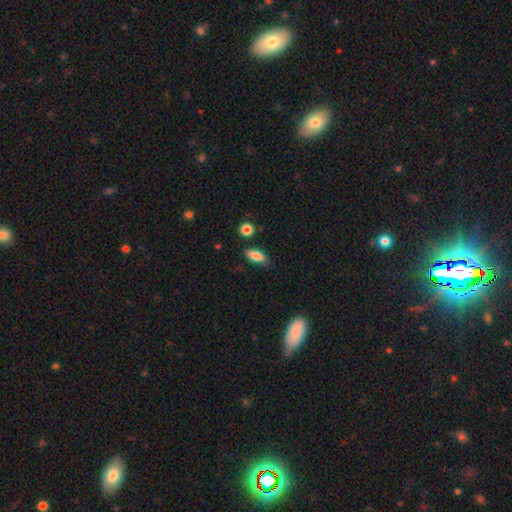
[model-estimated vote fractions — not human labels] A smooth galaxy with no disk features (82%) that is in between round and cigar-shaped (82%).

Vote fractions:
- Smooth or featured? smooth: 82% / featured or disk: 10% / star or artifact: 8%
- How rounded? in between: 82% / cigar-shaped: 13% / round: 5%
- Merging? none: 75% / minor disturbance: 18% / major disturbance: 3% / merger: 3%